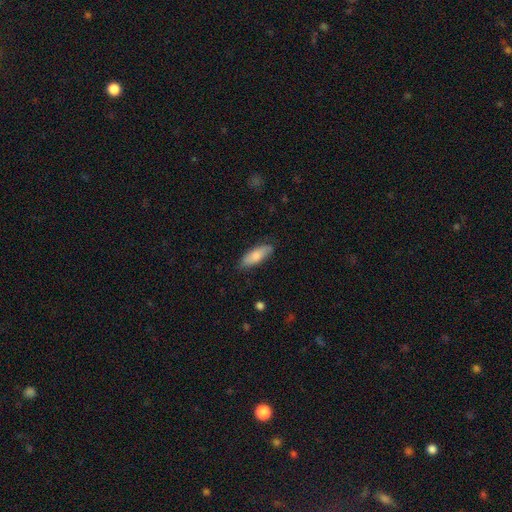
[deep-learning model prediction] A smooth galaxy with no disk features (76%) that is in between round and cigar-shaped (61%). Merging: none (80%).